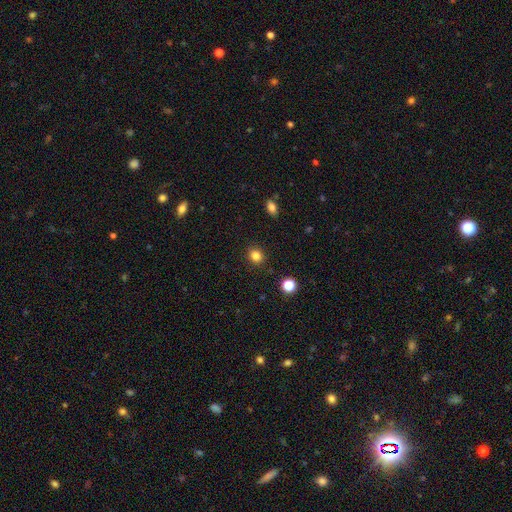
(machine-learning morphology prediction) Q: Smooth or featured?
A: smooth (83%); runner-up: star or artifact (12%)
Q: How rounded?
A: round (76%); runner-up: in between (23%)
Q: Merging?
A: none (90%); runner-up: minor disturbance (7%)